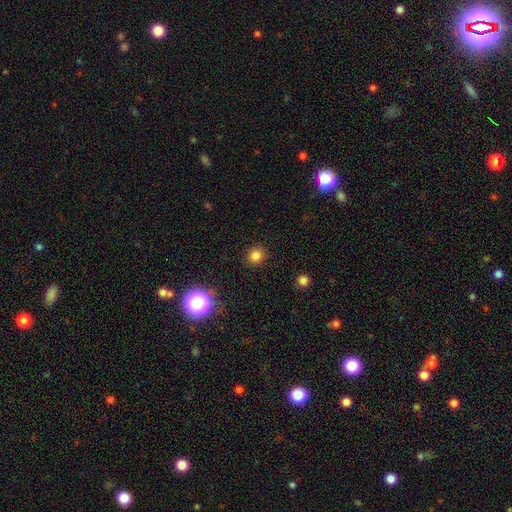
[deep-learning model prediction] Smooth or featured? Predicted: smooth (p=0.82). How rounded? Predicted: round (p=0.86). Merging? Predicted: none (p=0.90).